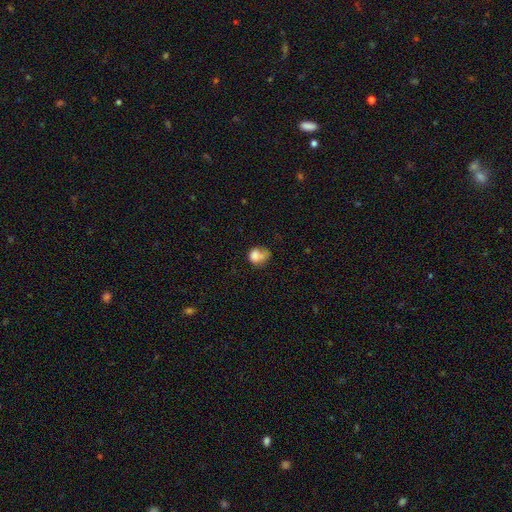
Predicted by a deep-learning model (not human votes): Morphology: type=smooth (74%); roundness=in between (51%); merging=none (30%).